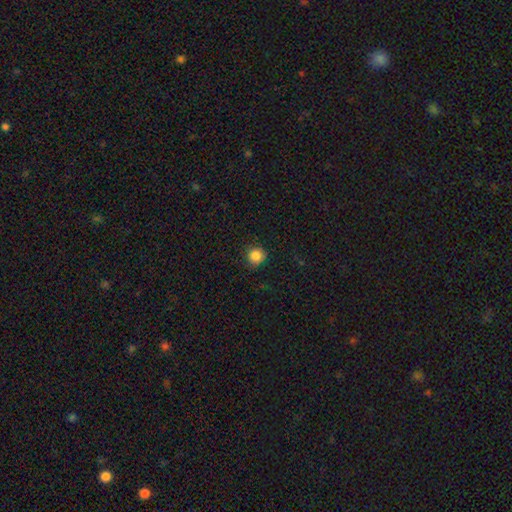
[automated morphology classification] This is clearly a smooth galaxy (86%). How rounded: clearly round (94%). Merging: clearly none (88%).